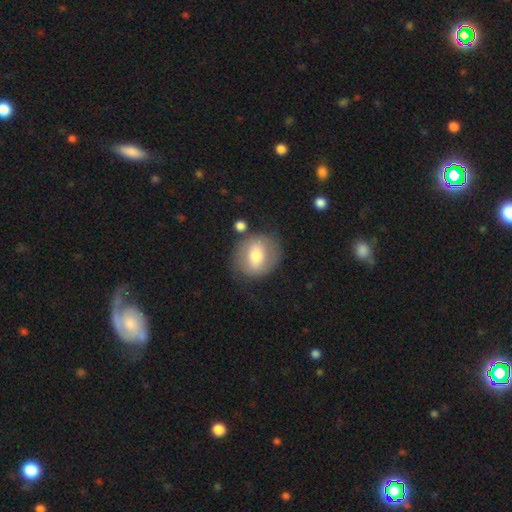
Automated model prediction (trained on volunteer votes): Q: Smooth or featured?
A: smooth (55%); runner-up: featured or disk (38%)
Q: How rounded?
A: round (65%); runner-up: in between (34%)
Q: Merging?
A: none (70%); runner-up: minor disturbance (17%)